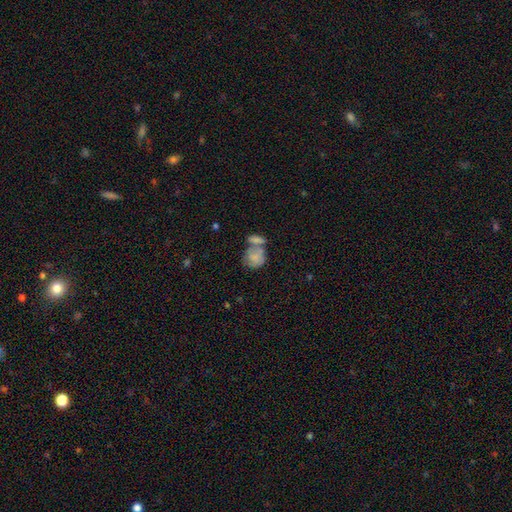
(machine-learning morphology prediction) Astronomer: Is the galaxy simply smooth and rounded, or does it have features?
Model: smooth — 72%.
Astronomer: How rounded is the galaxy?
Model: round — 53% (runner-up: in between, 46%).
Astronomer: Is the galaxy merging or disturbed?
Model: merger — 52%.